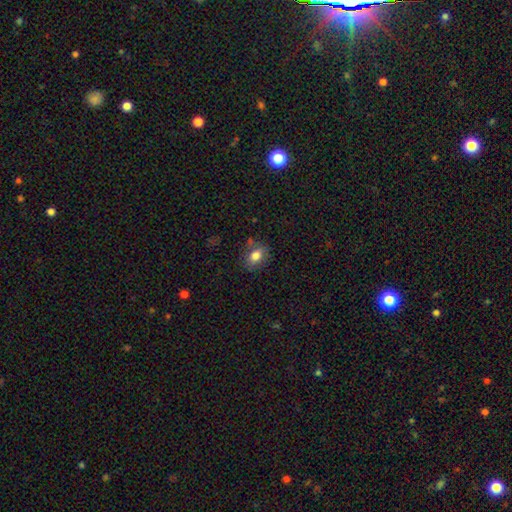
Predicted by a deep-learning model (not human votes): Overall: smooth (79%). How rounded: in between (72%). Merging: none (76%).